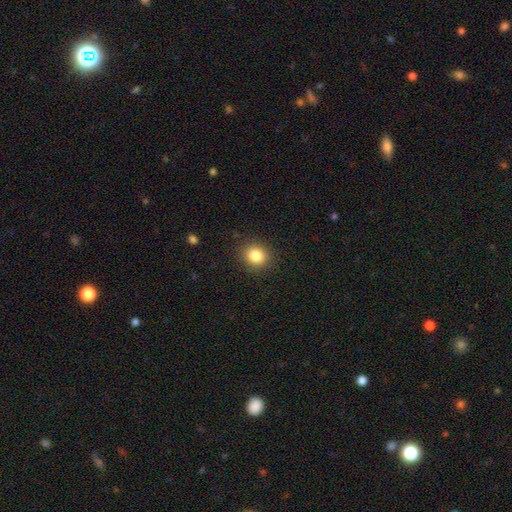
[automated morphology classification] Smooth or featured? smooth (84%)
How rounded? round (80%)
Merging? none (89%)